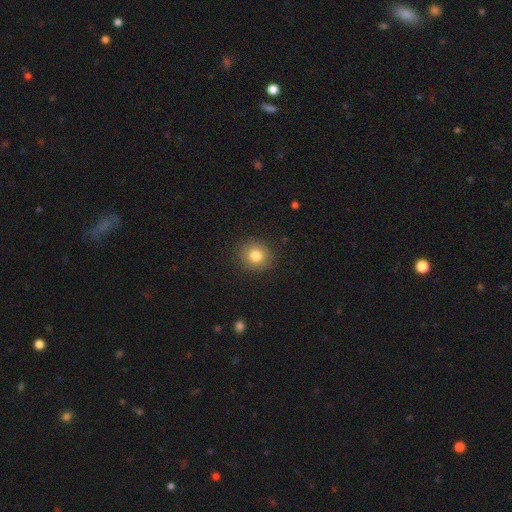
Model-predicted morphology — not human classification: A smooth galaxy with no disk features (82%) that is round (84%).

Vote fractions:
- Smooth or featured? smooth: 82% / star or artifact: 10% / featured or disk: 8%
- How rounded? round: 84% / in between: 15% / cigar-shaped: 1%
- Merging? none: 88% / minor disturbance: 8% / major disturbance: 3% / merger: 1%